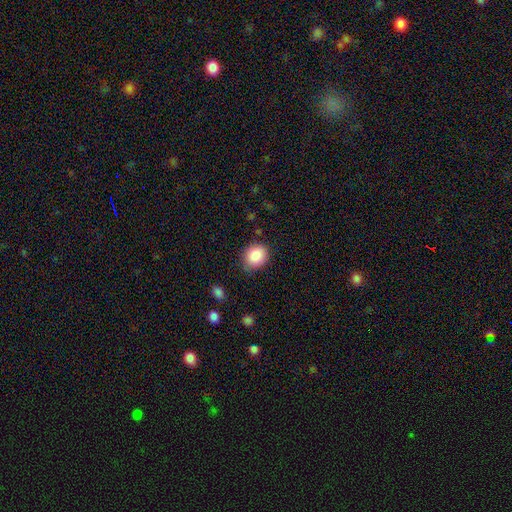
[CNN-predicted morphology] smooth-or-featured: smooth: 87% | star or artifact: 8% | featured or disk: 4%
  how-rounded: round: 61% | in between: 38% | cigar-shaped: 1%
  merging: none: 79% | minor disturbance: 16% | major disturbance: 3% | merger: 2%